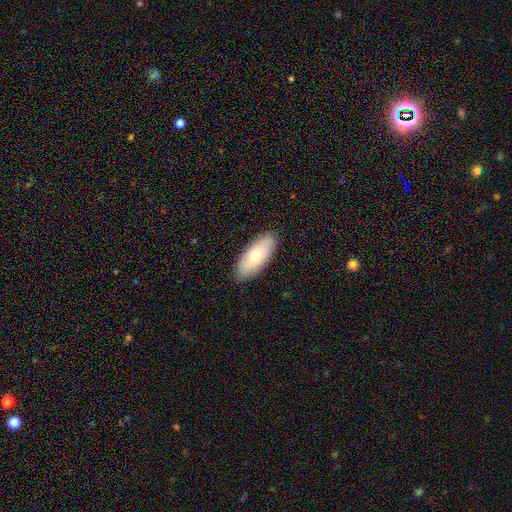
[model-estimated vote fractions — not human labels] Smooth or featured? smooth (58%)
How rounded? in between (84%)
Merging? none (87%)